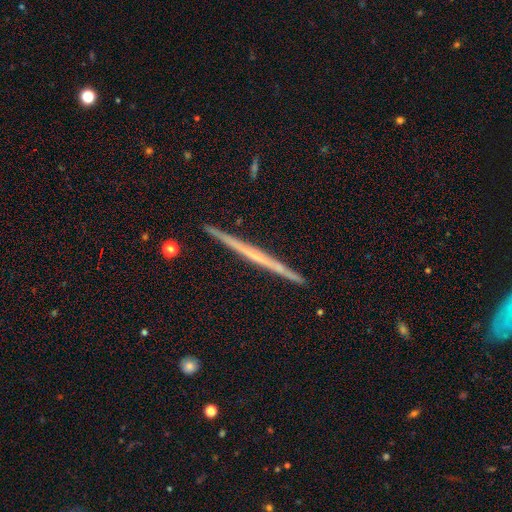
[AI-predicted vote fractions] Smooth or featured? featured or disk (68%)
Edge-on disk? yes (98%)
Edge-on bulge? none (81%)
Merging? none (92%)